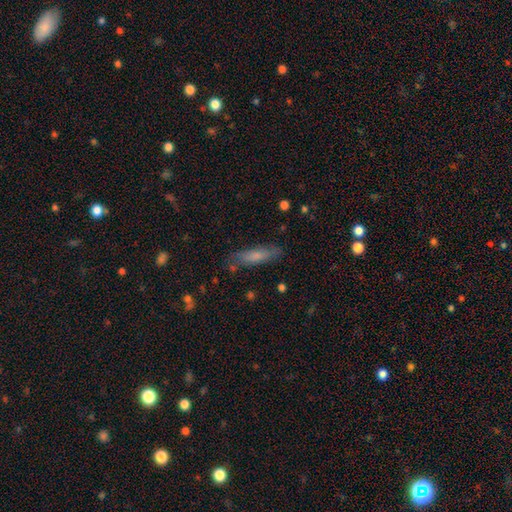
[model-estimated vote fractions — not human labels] This is likely a smooth galaxy (71%). How rounded: likely cigar-shaped (70%). Merging: likely none (77%).